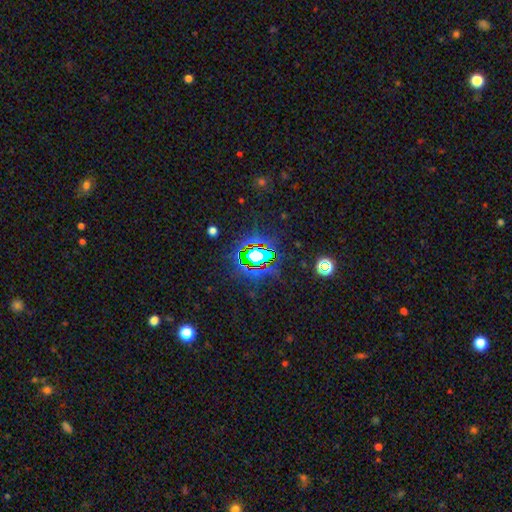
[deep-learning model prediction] smooth-or-featured: star or artifact: 75% | smooth: 13% | featured or disk: 11%